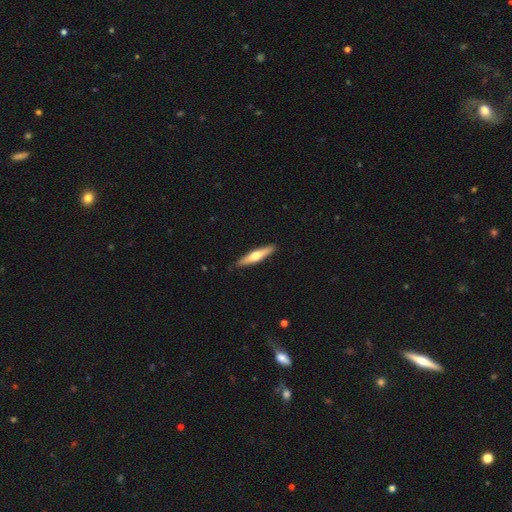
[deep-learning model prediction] A featured or disk galaxy (48%). Merging: none (89%).